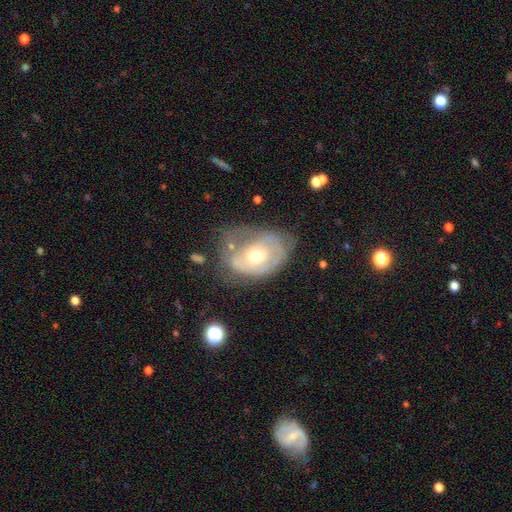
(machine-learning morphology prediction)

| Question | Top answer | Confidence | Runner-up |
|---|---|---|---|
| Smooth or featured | featured or disk | 61% | smooth (32%) |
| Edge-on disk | no | 94% | yes (6%) |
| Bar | no | 75% | weak (20%) |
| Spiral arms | yes | 51% | no (49%) |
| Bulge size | moderate | 66% | small (25%) |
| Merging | none | 42% | minor disturbance (31%) |